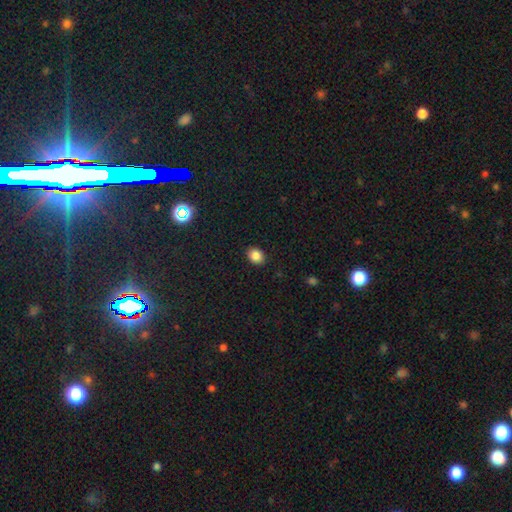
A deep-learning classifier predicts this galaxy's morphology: The model was most divided on "how rounded": in between: 54%, round: 45%, cigar-shaped: 1%. More confident: merging — none (89%); smooth or featured — smooth (86%).